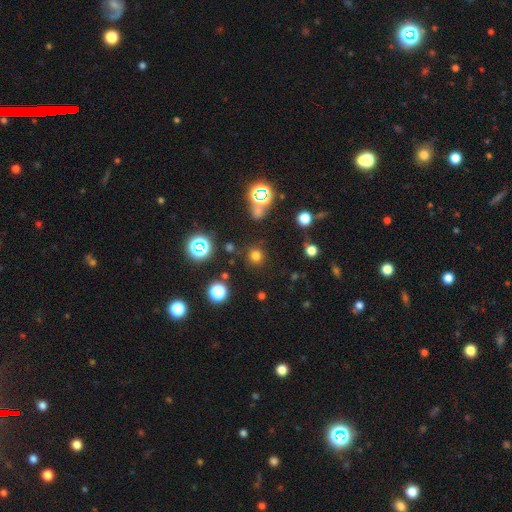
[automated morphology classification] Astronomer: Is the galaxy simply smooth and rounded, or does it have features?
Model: smooth — 70%.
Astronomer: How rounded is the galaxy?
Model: round — 94%.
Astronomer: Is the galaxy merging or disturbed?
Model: none — 86%.